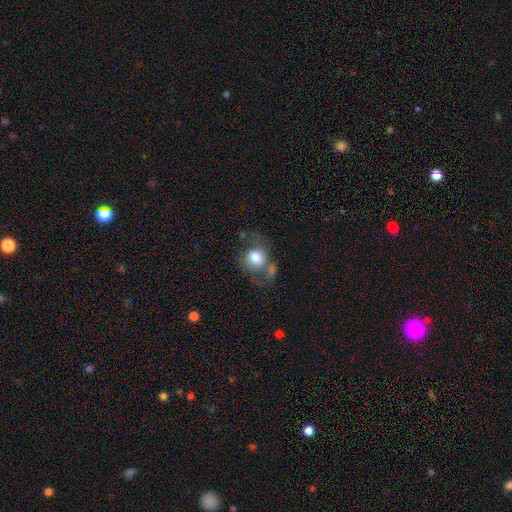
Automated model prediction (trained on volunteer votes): Q: Smooth or featured?
A: smooth (70%); runner-up: featured or disk (22%)
Q: How rounded?
A: round (65%); runner-up: in between (34%)
Q: Merging?
A: none (37%); runner-up: merger (24%)